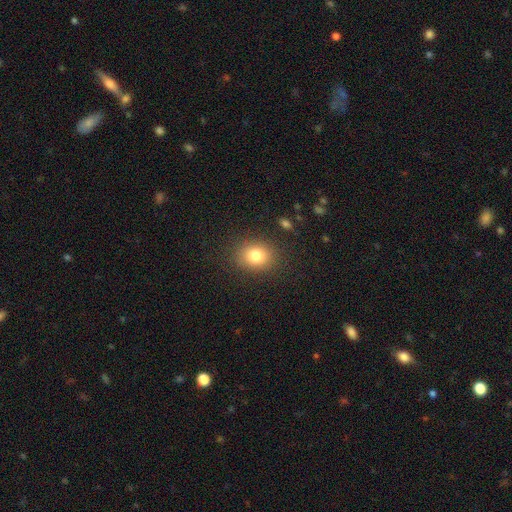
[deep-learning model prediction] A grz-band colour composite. It shows a smooth galaxy with no disk features (81%) that is round (54%). Merging: none (86%).